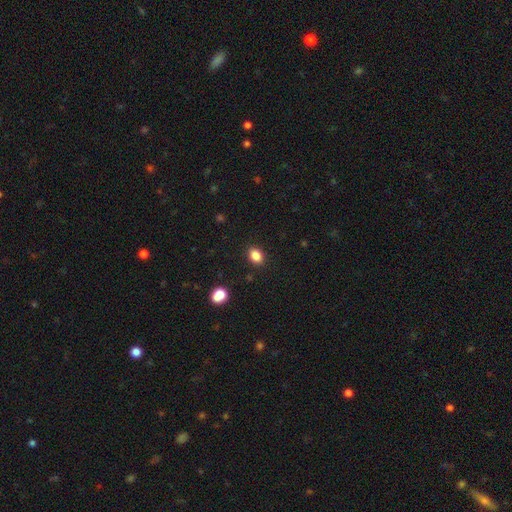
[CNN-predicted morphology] type=smooth (86%); roundness=in between (63%); merging=none (89%).